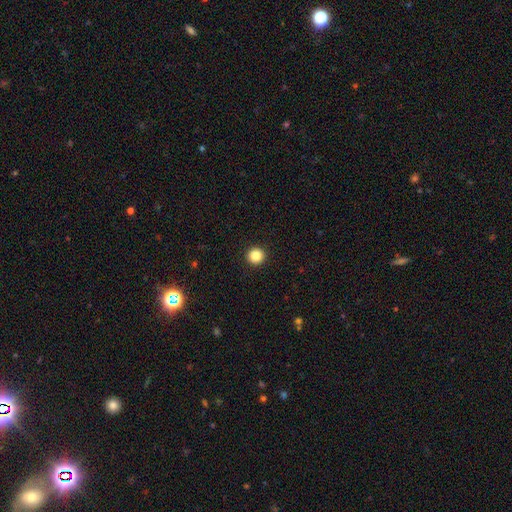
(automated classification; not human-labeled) This appears to be a smooth galaxy with no disk features (86%) that is round (94%). Merging: none (94%).